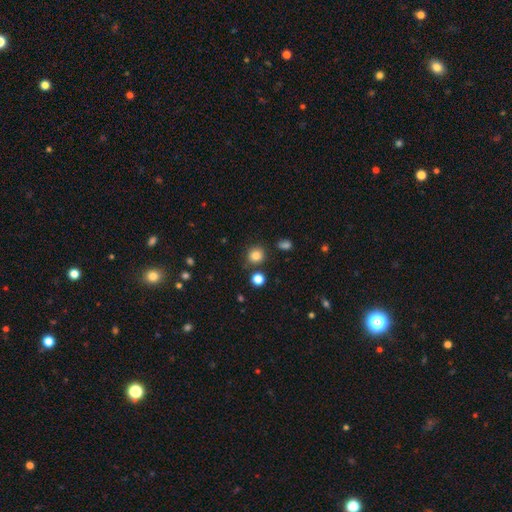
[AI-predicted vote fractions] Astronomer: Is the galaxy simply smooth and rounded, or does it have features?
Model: smooth — 83%.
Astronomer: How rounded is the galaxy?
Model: round — 87%.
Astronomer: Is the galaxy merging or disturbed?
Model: none — 81%.